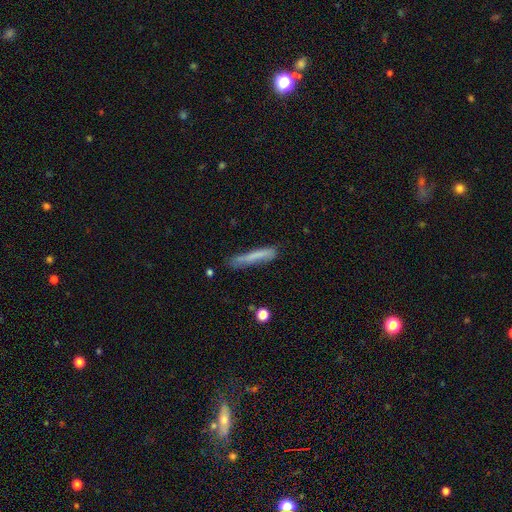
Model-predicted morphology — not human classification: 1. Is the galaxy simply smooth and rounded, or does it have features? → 69% smooth, 23% featured or disk, 7% star or artifact.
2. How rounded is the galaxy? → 94% cigar-shaped, 5% in between, 1% round.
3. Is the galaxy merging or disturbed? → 71% none, 21% minor disturbance, 5% major disturbance, 3% merger.